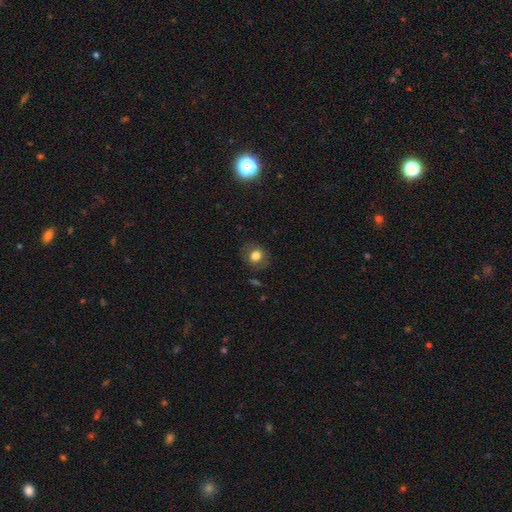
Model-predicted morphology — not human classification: Smooth or featured? smooth (77%)
How rounded? round (72%)
Merging? none (82%)